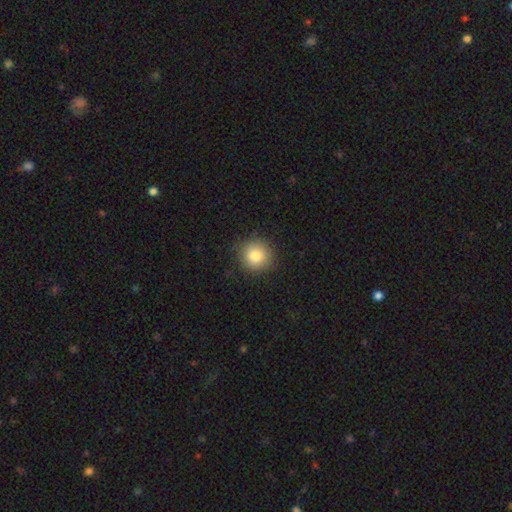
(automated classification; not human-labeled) A smooth galaxy with no disk features (81%) that is round (92%). Merging: none (87%).